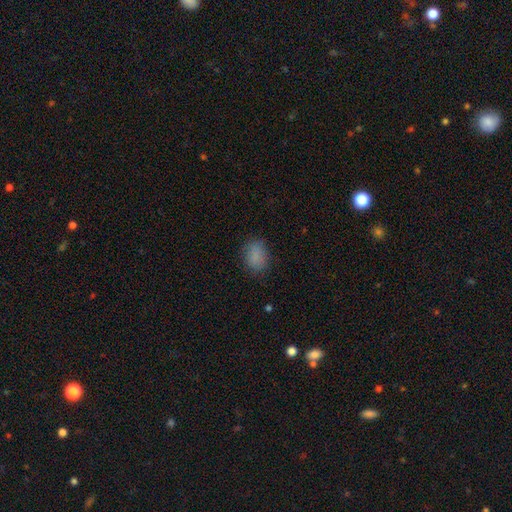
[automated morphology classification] smooth-or-featured: smooth: 85% | star or artifact: 10% | featured or disk: 6%
  how-rounded: in between: 77% | round: 22% | cigar-shaped: 1%
  merging: none: 78% | minor disturbance: 16% | major disturbance: 5% | merger: 1%